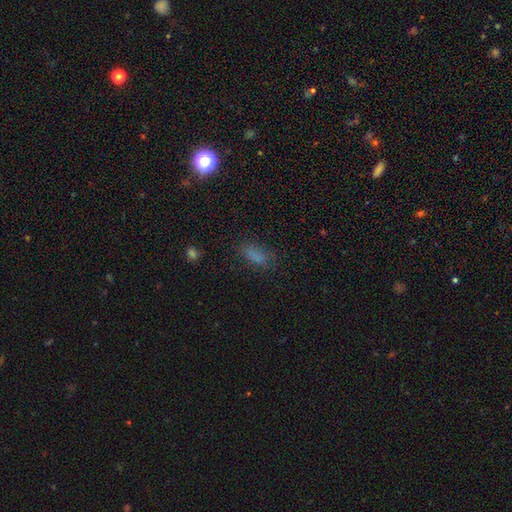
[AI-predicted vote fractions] A smooth galaxy with no disk features (76%) that is in between round and cigar-shaped (77%). Merging: none (74%).